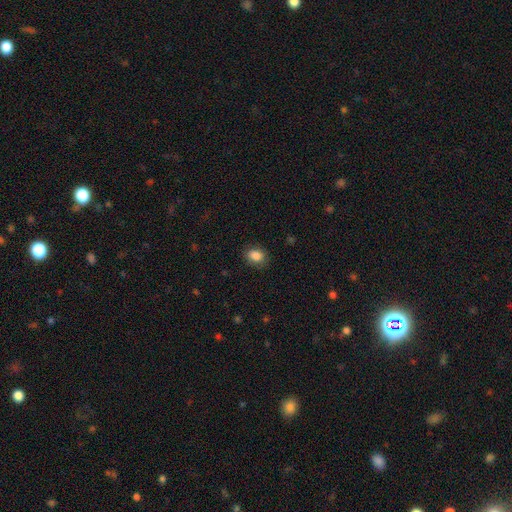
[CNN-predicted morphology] This appears to be a smooth galaxy with no disk features (86%) that is in between round and cigar-shaped (62%). Merging: none (84%).